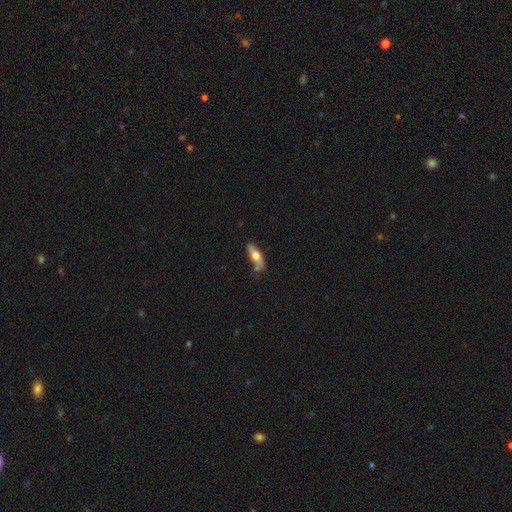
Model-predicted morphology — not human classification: Smooth or featured? smooth (63%)
How rounded? in between (60%)
Merging? none (59%)